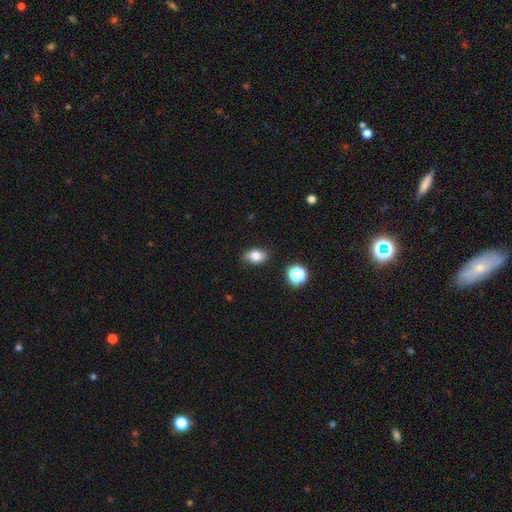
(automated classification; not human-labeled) smooth_or_featured: smooth (p=0.78) [alt: featured or disk p=0.12]
how_rounded: in between (p=0.83) [alt: round p=0.15]
merging: none (p=0.84) [alt: minor disturbance p=0.12]